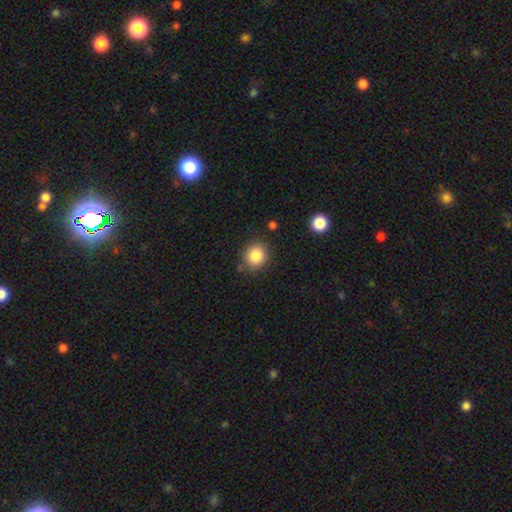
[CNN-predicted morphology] Smooth or featured? Predicted: smooth (p=0.85). How rounded? Predicted: round (p=0.79). Merging? Predicted: none (p=0.84).